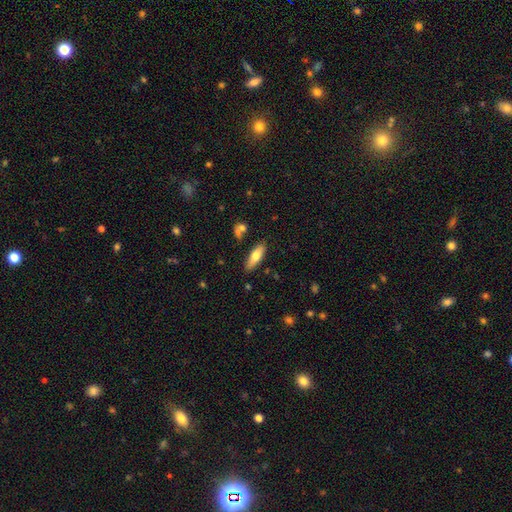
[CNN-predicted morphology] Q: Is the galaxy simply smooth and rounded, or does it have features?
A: smooth — 69%.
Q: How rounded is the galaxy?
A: in between — 53%.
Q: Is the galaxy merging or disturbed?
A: none — 83%.